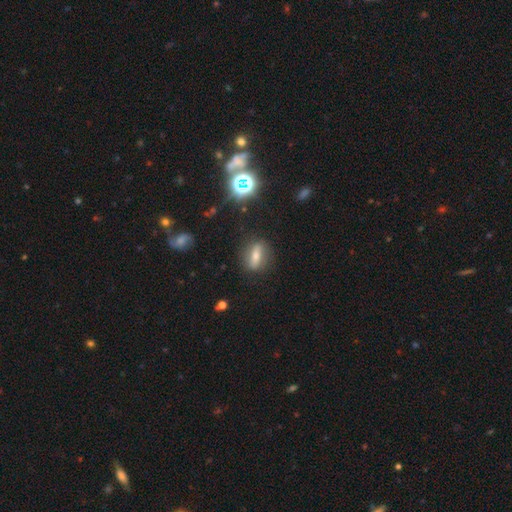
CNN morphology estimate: Smooth or featured? Predicted: smooth (p=0.45). Merging? Predicted: none (p=0.83).